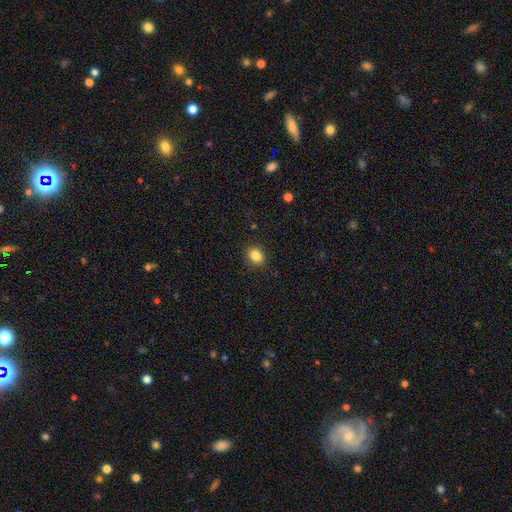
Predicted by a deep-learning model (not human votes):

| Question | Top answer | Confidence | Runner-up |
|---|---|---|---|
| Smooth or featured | smooth | 86% | star or artifact (10%) |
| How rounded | round | 56% | in between (43%) |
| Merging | none | 89% | minor disturbance (8%) |